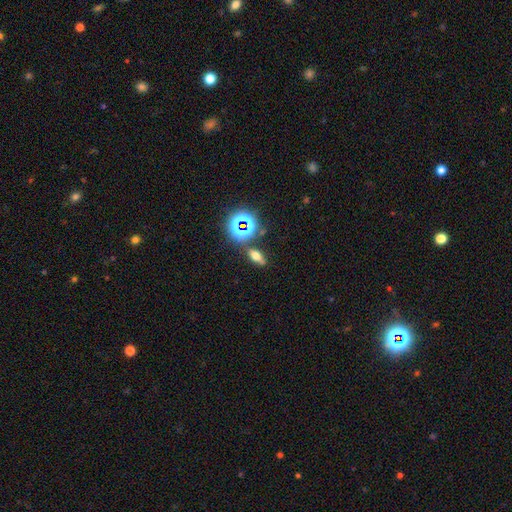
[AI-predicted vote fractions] smooth-or-featured: smooth: 50% | star or artifact: 26% | featured or disk: 25%
  merging: none: 81% | minor disturbance: 10% | merger: 6% | major disturbance: 3%